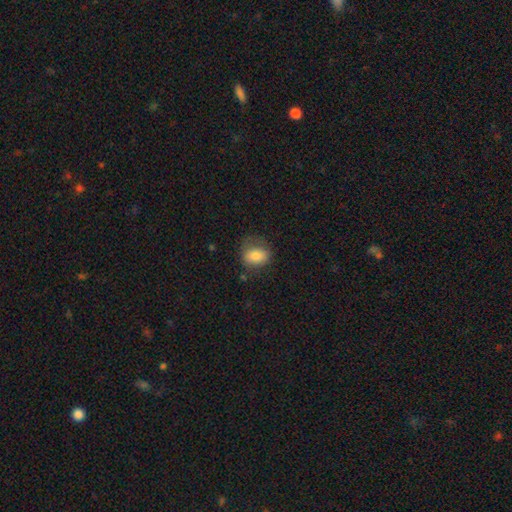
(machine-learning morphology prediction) smooth-or-featured: smooth: 76% | featured or disk: 15% | star or artifact: 8%
  how-rounded: in between: 59% | round: 40% | cigar-shaped: 1%
  merging: none: 57% | minor disturbance: 26% | major disturbance: 15% | merger: 2%